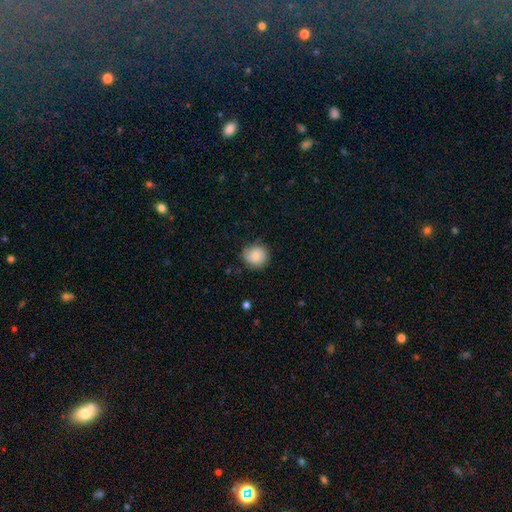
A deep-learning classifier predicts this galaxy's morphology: A smooth galaxy with no disk features (82%) that is round (86%). Merging: none (81%).